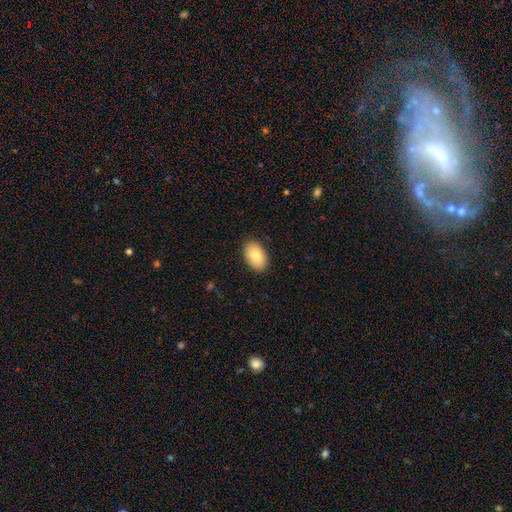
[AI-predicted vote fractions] Smooth or featured? smooth (83%)
How rounded? in between (91%)
Merging? none (89%)